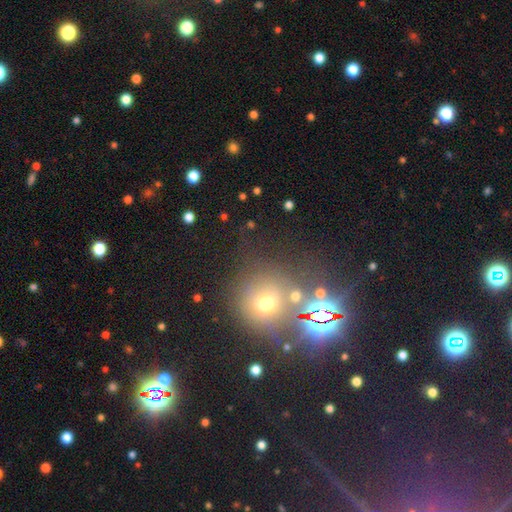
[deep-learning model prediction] Smooth or featured? Predicted: star or artifact (p=0.59).